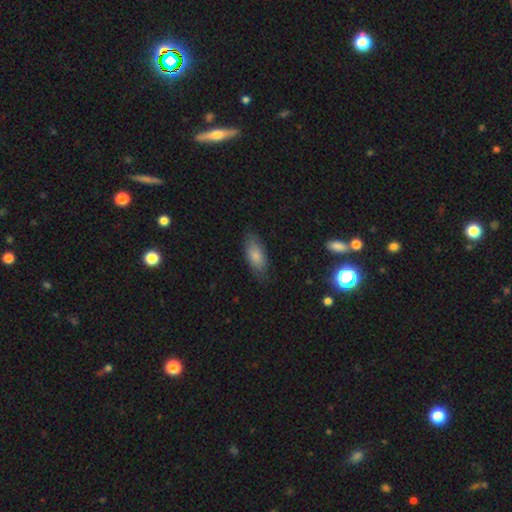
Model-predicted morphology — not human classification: type=smooth (80%); roundness=in between (84%); merging=none (79%).